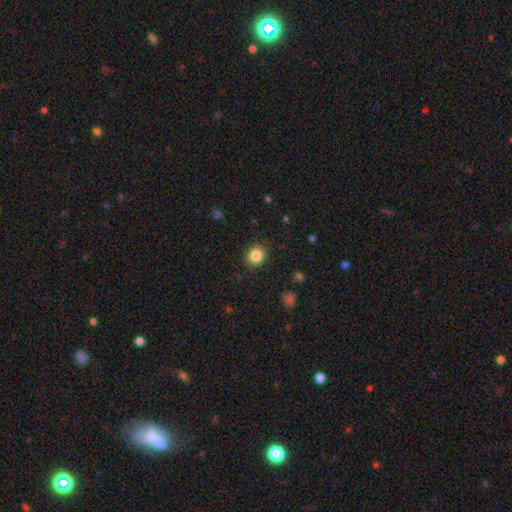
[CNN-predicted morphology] This is clearly a smooth galaxy (85%). How rounded: likely round (74%). Merging: clearly none (89%).